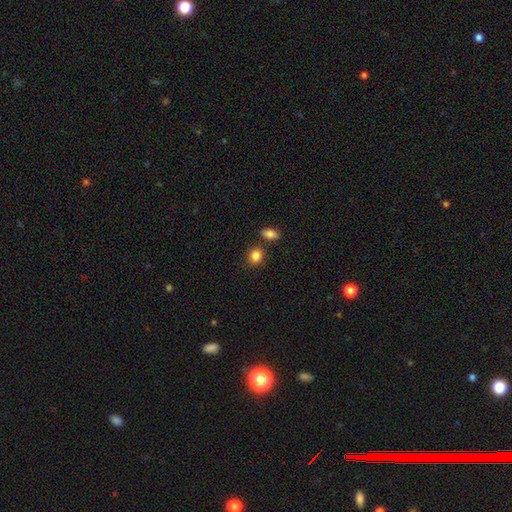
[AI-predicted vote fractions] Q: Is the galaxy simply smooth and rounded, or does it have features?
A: smooth — 86%.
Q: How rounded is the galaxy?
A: round — 75%.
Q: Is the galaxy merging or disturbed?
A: none — 77%.